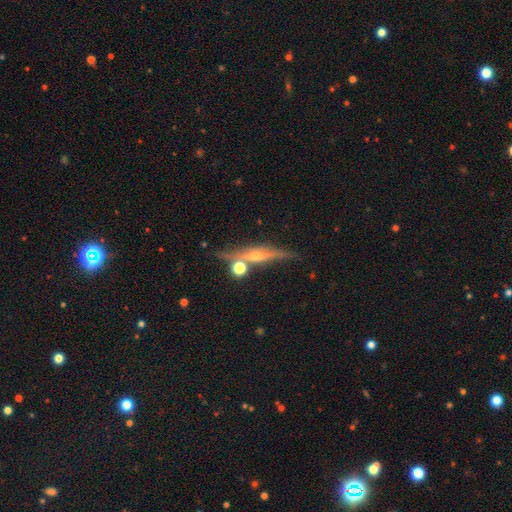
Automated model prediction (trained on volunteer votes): Morphology: type=featured or disk (73%); edge-on=yes (94%); edge-on bulge=rounded (76%); merging=none (72%).